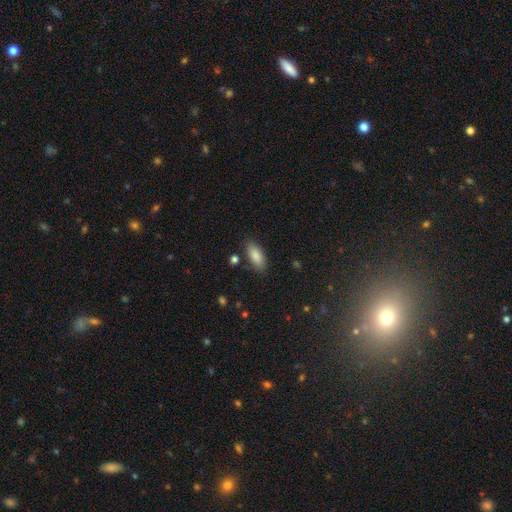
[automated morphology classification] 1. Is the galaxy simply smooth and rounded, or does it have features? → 85% smooth, 8% featured or disk, 7% star or artifact.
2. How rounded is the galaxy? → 85% in between, 13% cigar-shaped, 2% round.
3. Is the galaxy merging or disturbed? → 82% none, 12% minor disturbance, 3% major disturbance, 3% merger.